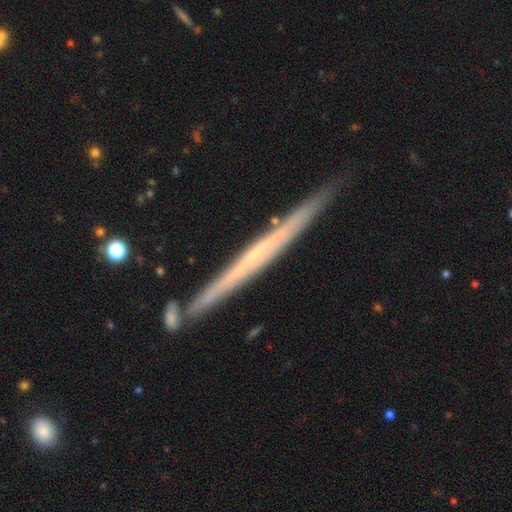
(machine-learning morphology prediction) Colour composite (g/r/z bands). It shows a featured or disk galaxy (70%) viewed edge-on (96%) with no central bulge (80%). Merging: none (84%).